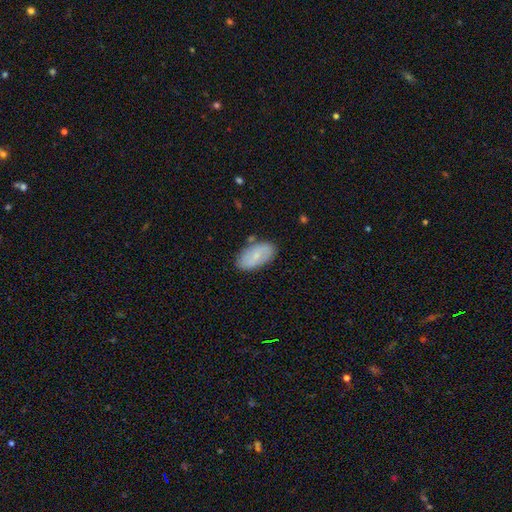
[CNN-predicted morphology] smooth-or-featured: smooth: 54% | featured or disk: 39% | star or artifact: 7%
  how-rounded: in between: 93% | round: 4% | cigar-shaped: 3%
  merging: none: 80% | minor disturbance: 14% | merger: 3% | major disturbance: 3%